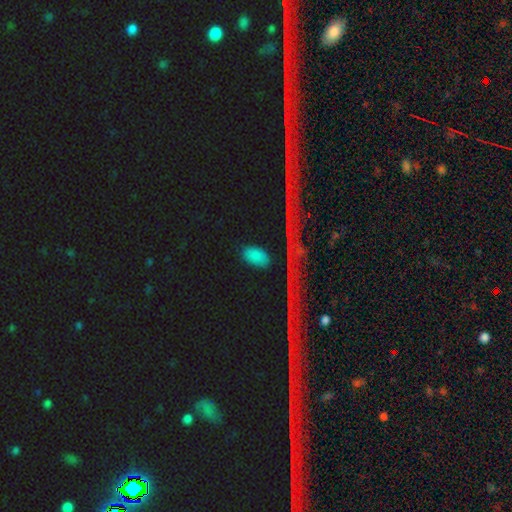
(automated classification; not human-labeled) Smooth or featured? Predicted: smooth (p=0.74). How rounded? Predicted: in between (p=0.89). Merging? Predicted: none (p=0.79).